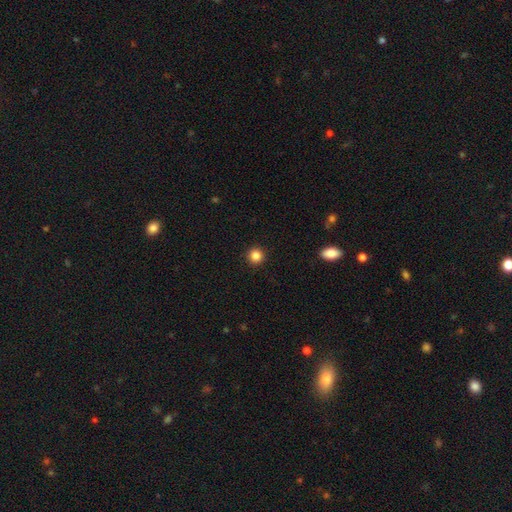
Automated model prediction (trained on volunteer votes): Smooth or featured? Predicted: smooth (p=0.85). How rounded? Predicted: round (p=0.96). Merging? Predicted: none (p=0.93).